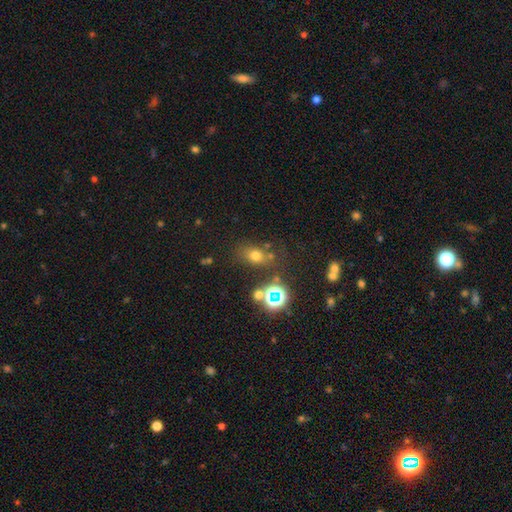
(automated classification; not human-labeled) A smooth galaxy with no disk features (65%) that is in between round and cigar-shaped (56%).

Vote fractions:
- Smooth or featured? smooth: 65% / star or artifact: 25% / featured or disk: 11%
- How rounded? in between: 56% / round: 42% / cigar-shaped: 2%
- Merging? none: 69% / minor disturbance: 15% / merger: 10% / major disturbance: 7%